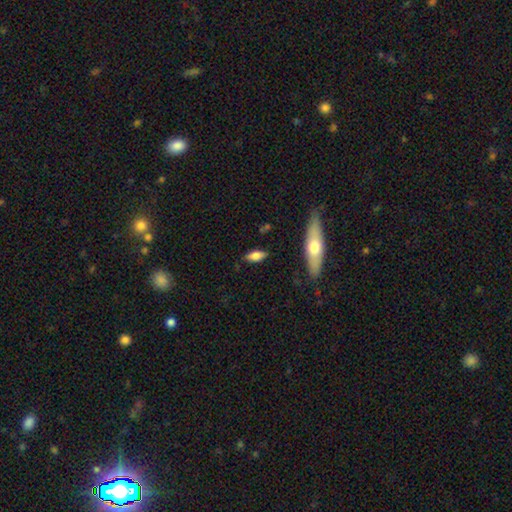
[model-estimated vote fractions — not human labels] smooth_or_featured: smooth (p=0.70) [alt: featured or disk p=0.23]
how_rounded: in between (p=0.72) [alt: cigar-shaped p=0.24]
merging: none (p=0.82) [alt: minor disturbance p=0.13]